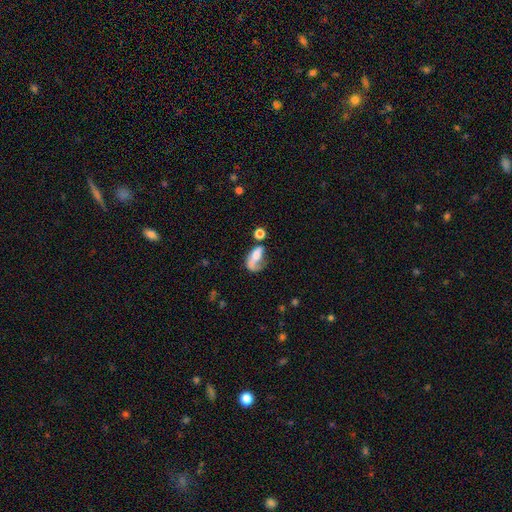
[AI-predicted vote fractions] smooth 53%, featured or disk 36%, star or artifact 11%. Down the decision tree: how rounded — in between (80%); merging — major disturbance (35%).